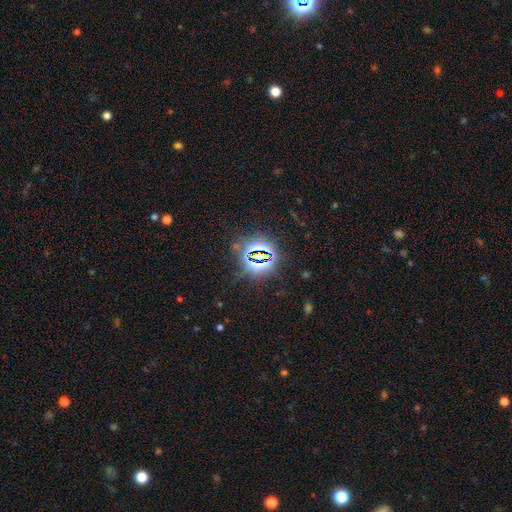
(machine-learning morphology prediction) This appears to be a star or artifact, not a galaxy (82%).